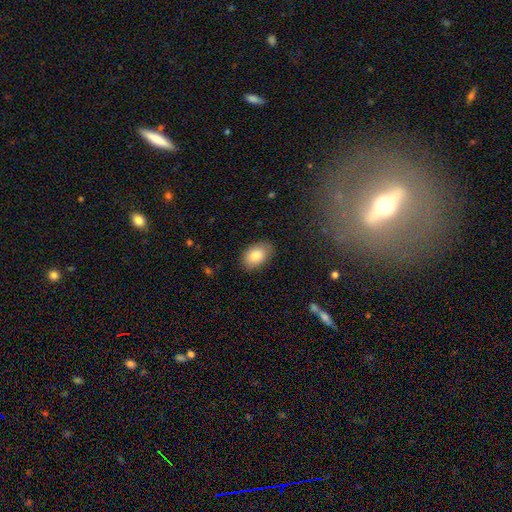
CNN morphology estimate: type=smooth (84%); roundness=in between (89%); merging=none (82%).